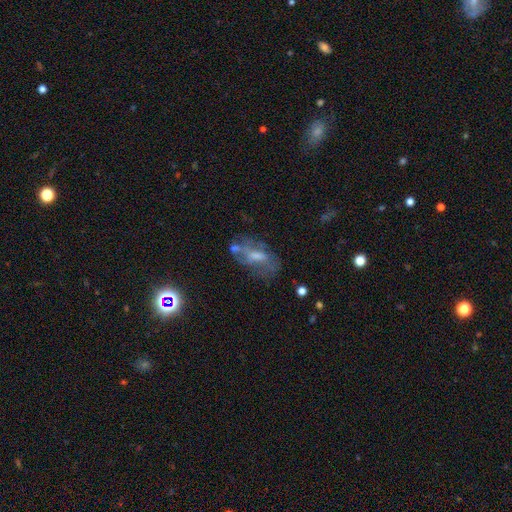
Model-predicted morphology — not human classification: This appears to be a featured or disk galaxy (53%). Merging: none (47%).